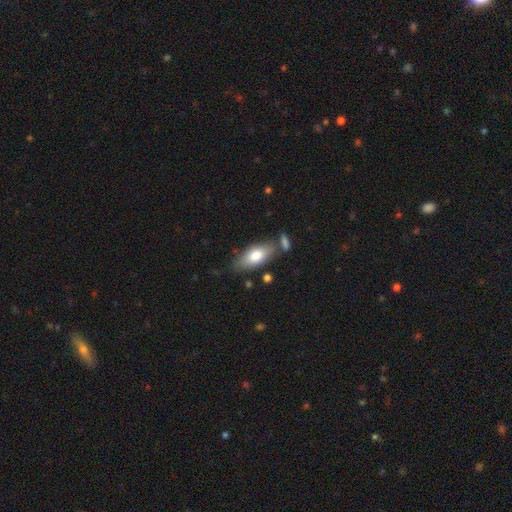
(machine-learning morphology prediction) Overall: smooth (75%). How rounded: in between (83%). Merging: none (71%).